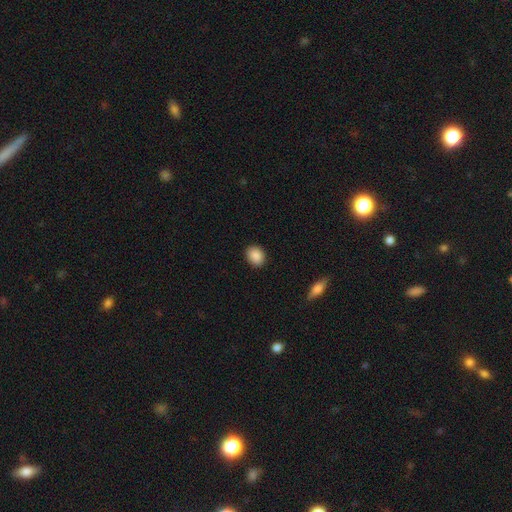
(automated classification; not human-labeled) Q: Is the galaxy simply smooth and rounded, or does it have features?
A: smooth — 89%.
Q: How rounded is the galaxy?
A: round — 51%.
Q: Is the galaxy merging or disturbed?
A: none — 90%.